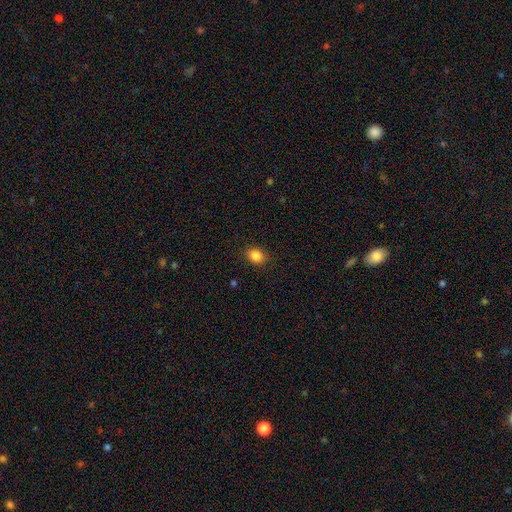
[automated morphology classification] This is clearly a smooth galaxy (86%). How rounded: possibly in between (53%). Merging: clearly none (88%).